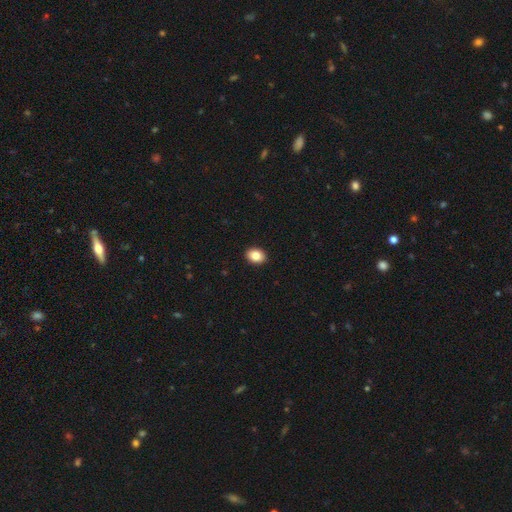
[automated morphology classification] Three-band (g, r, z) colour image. It shows a smooth galaxy with no disk features (85%) that is in between round and cigar-shaped (69%). Merging: none (92%).